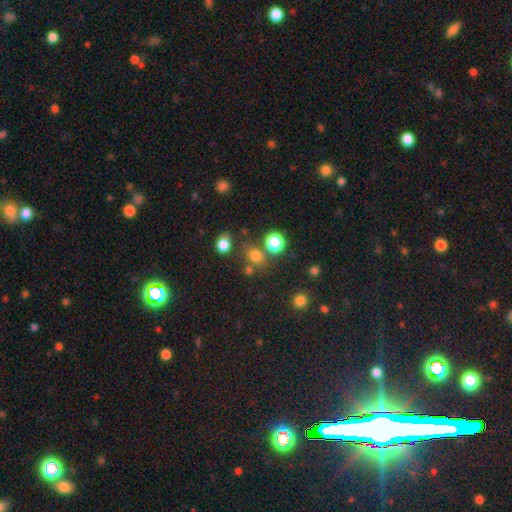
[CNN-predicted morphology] The model was most divided on "smooth or featured": smooth: 71%, star or artifact: 22%, featured or disk: 7%. More confident: how rounded — round (74%); merging — none (68%).